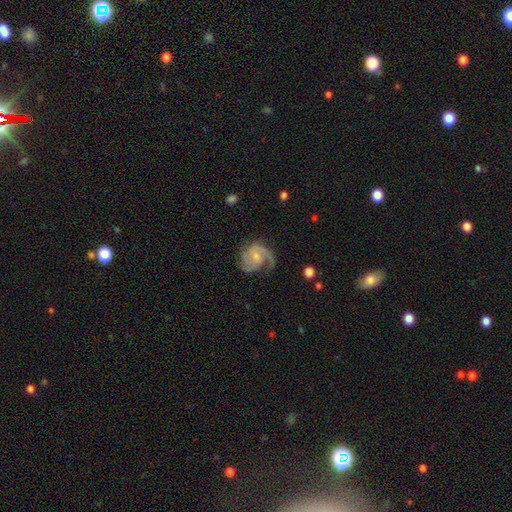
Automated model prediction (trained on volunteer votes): Smooth or featured?
  - featured or disk: 80% *
  - smooth: 14%
  - star or artifact: 5%
Edge-on disk?
  - no: 98% *
  - yes: 2%
Bar?
  - no: 50% *
  - weak: 42%
  - strong: 7%
Spiral arms?
  - yes: 95% *
  - no: 5%
Spiral winding?
  - medium: 48% *
  - loose: 27%
  - tight: 25%
Spiral arm count?
  - 2: 46% *
  - 1: 36%
  - can't tell: 8%
  - 3: 6%
  - 4: 2%
  - more than 4: 2%
Bulge size?
  - small: 59% *
  - moderate: 29%
  - none: 9%
  - large: 2%
  - dominant: 1%
Merging?
  - none: 52% *
  - major disturbance: 24%
  - minor disturbance: 22%
  - merger: 2%